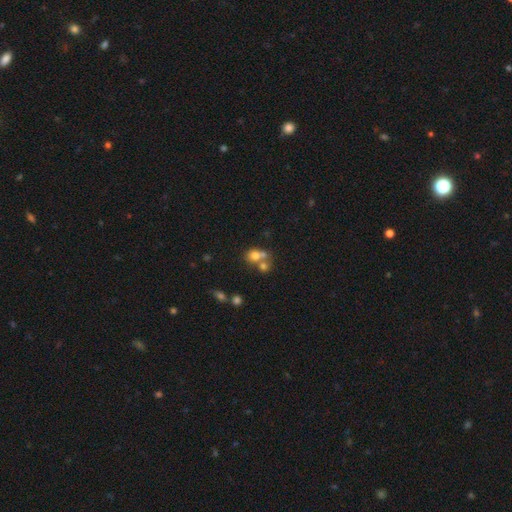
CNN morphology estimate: type=smooth (69%); roundness=round (65%); merging=merger (56%).